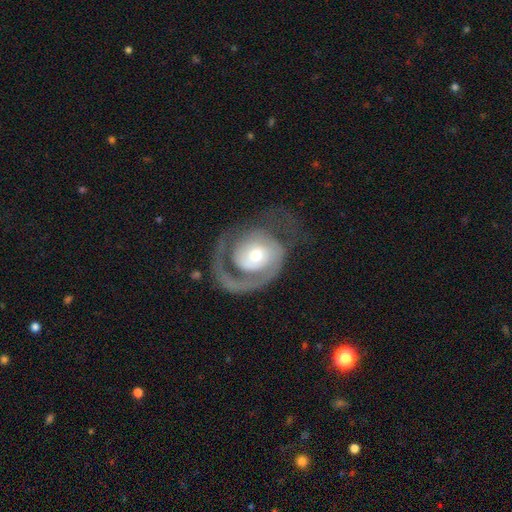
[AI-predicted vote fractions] Smooth or featured: featured or disk — 78% (smooth — 17%)
Edge-on disk: no — 97% (yes — 3%)
Bar: no — 75% (weak — 20%)
Spiral arms: yes — 86% (no — 14%)
Spiral winding: tight — 46% (medium — 34%)
Spiral arm count: 1 — 61% (2 — 25%)
Bulge size: moderate — 50% (small — 38%)
Merging: none — 43% (major disturbance — 38%)